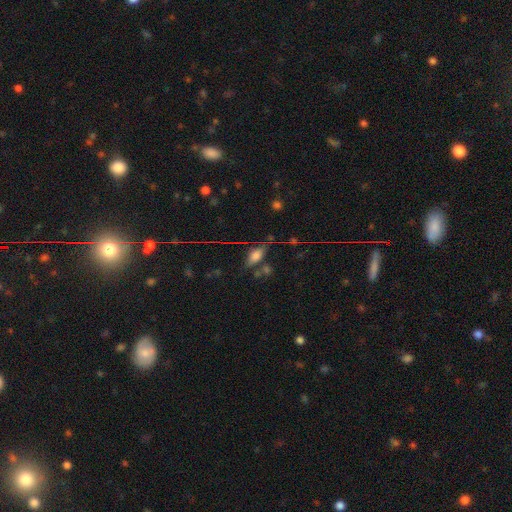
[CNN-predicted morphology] Overall: smooth (61%; featured or disk 25%). How rounded: in between (77%). Merging: none (65%).